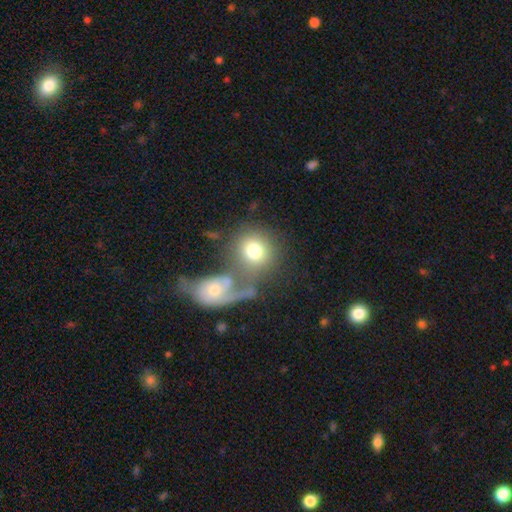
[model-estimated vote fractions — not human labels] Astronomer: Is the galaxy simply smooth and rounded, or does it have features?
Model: smooth — 71%.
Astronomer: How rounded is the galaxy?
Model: round — 80%.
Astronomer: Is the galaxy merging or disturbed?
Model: merger — 43% (runner-up: none, 38%).